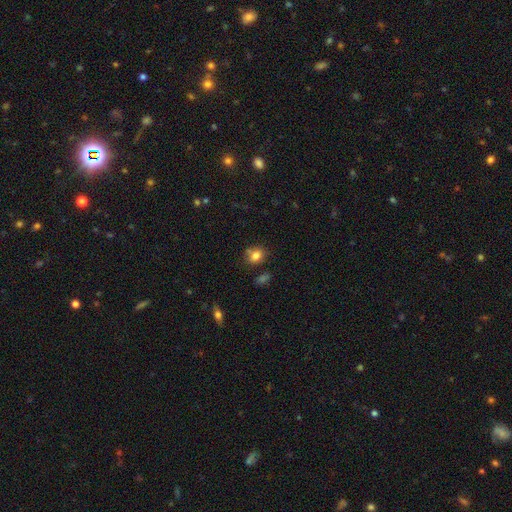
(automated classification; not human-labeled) A smooth galaxy with no disk features (79%) that is in between round and cigar-shaped (51%).

Vote fractions:
- Smooth or featured? smooth: 79% / star or artifact: 11% / featured or disk: 9%
- How rounded? in between: 51% / round: 48% / cigar-shaped: 1%
- Merging? none: 70% / minor disturbance: 16% / merger: 10% / major disturbance: 4%